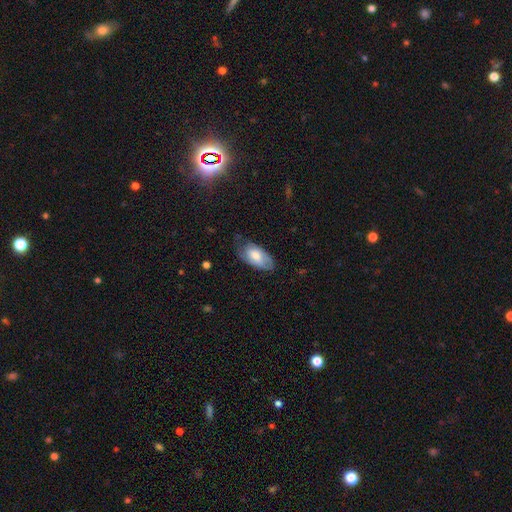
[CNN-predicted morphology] Smooth or featured? Predicted: smooth (p=0.51). How rounded? Predicted: in between (p=0.92). Merging? Predicted: none (p=0.57).